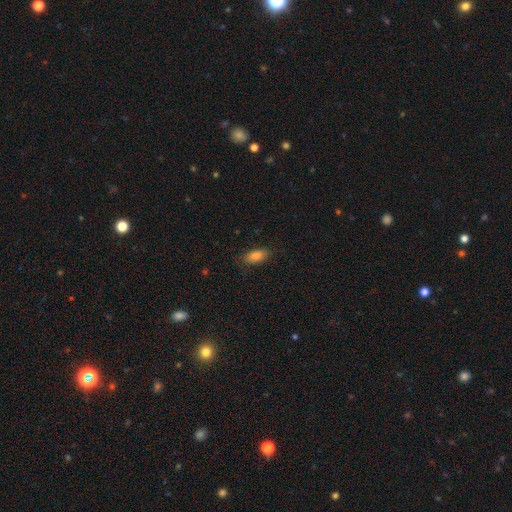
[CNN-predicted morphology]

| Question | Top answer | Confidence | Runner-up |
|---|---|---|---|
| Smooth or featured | smooth | 83% | star or artifact (9%) |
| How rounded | in between | 86% | cigar-shaped (11%) |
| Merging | none | 83% | minor disturbance (13%) |